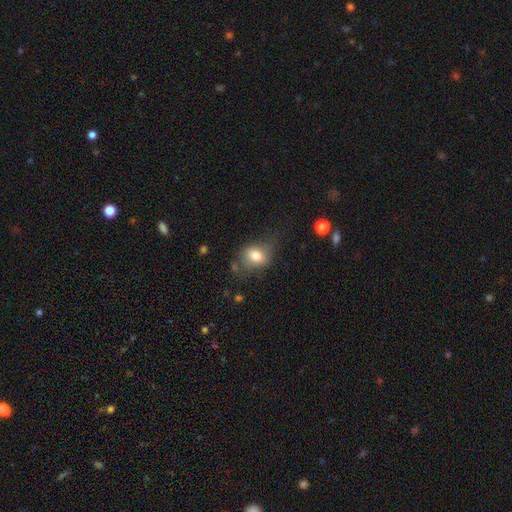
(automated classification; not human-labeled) Smooth or featured?
  - smooth: 77% *
  - featured or disk: 14%
  - star or artifact: 9%
How rounded?
  - in between: 65% *
  - round: 34%
  - cigar-shaped: 2%
Merging?
  - none: 52% *
  - minor disturbance: 28%
  - major disturbance: 17%
  - merger: 4%